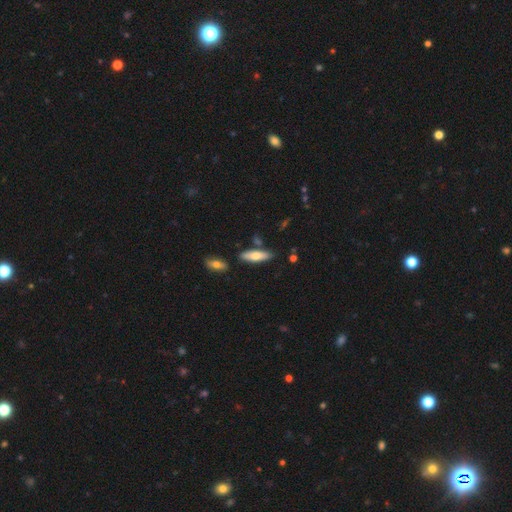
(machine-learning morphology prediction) smooth-or-featured: smooth: 69% | featured or disk: 25% | star or artifact: 6%
  how-rounded: cigar-shaped: 53% | in between: 45% | round: 2%
  merging: none: 78% | minor disturbance: 13% | merger: 7% | major disturbance: 2%